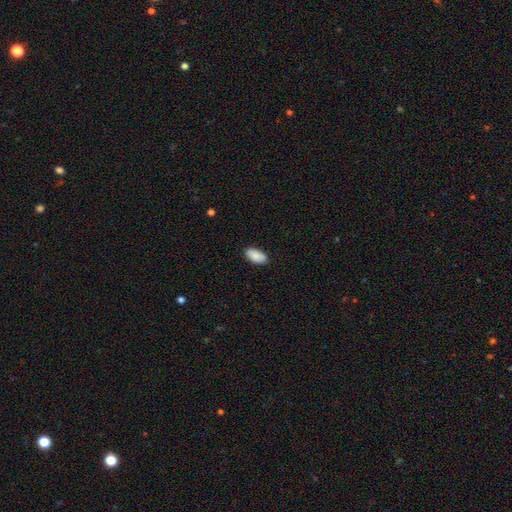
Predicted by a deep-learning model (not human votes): smooth 88%, star or artifact 6%, featured or disk 5%. Down the decision tree: how rounded — in between (94%); merging — none (87%).